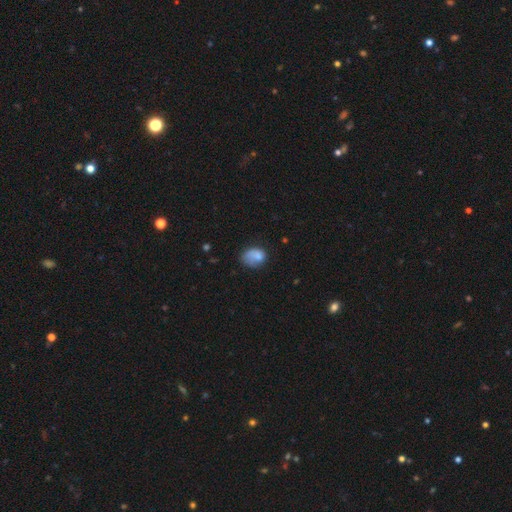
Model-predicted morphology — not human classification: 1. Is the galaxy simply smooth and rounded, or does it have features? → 74% smooth, 17% featured or disk, 9% star or artifact.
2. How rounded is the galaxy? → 66% in between, 33% round, 1% cigar-shaped.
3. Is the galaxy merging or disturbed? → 37% none, 32% minor disturbance, 26% major disturbance, 5% merger.